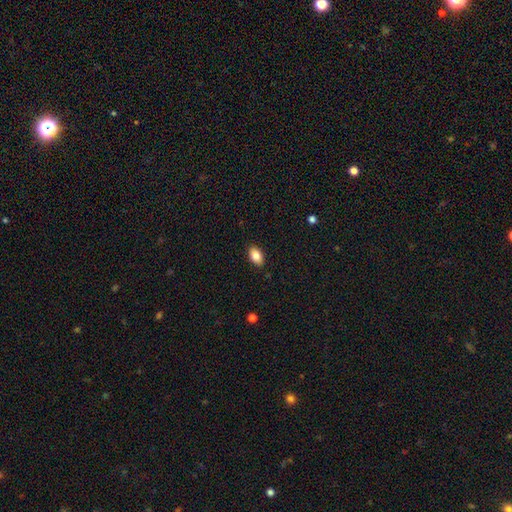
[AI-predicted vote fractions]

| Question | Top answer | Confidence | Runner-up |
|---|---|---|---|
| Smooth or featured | smooth | 85% | star or artifact (8%) |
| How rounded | in between | 92% | round (6%) |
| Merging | none | 88% | minor disturbance (9%) |